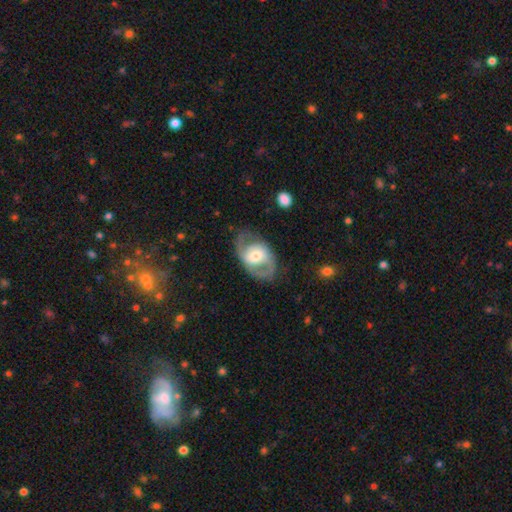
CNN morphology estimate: Q: Smooth or featured?
A: featured or disk (74%); runner-up: smooth (20%)
Q: Edge-on disk?
A: no (95%); runner-up: yes (5%)
Q: Bar?
A: no (42%); runner-up: weak (38%)
Q: Spiral arms?
A: yes (77%); runner-up: no (23%)
Q: Spiral winding?
A: medium (51%); runner-up: tight (25%)
Q: Spiral arm count?
A: 2 (85%); runner-up: can't tell (8%)
Q: Bulge size?
A: moderate (57%); runner-up: small (23%)
Q: Merging?
A: none (75%); runner-up: minor disturbance (14%)